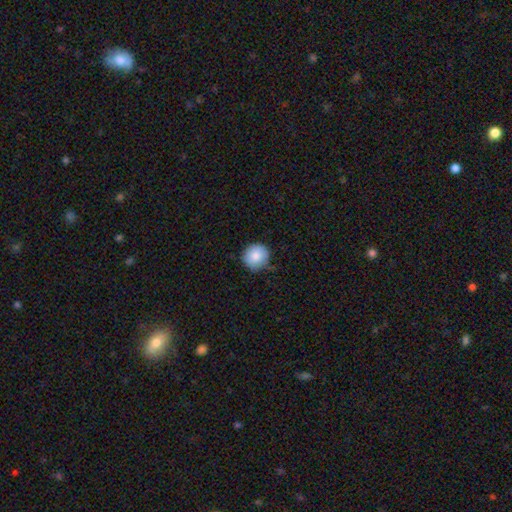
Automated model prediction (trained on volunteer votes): smooth_or_featured: smooth (p=0.84) [alt: star or artifact p=0.08]
how_rounded: round (p=0.92) [alt: in between p=0.07]
merging: none (p=0.81) [alt: minor disturbance p=0.15]